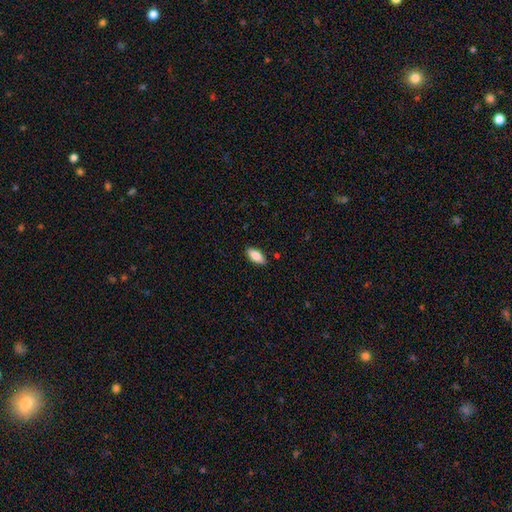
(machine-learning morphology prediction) smooth_or_featured: smooth (p=0.82) [alt: featured or disk p=0.11]
how_rounded: in between (p=0.86) [alt: cigar-shaped p=0.12]
merging: none (p=0.88) [alt: minor disturbance p=0.09]